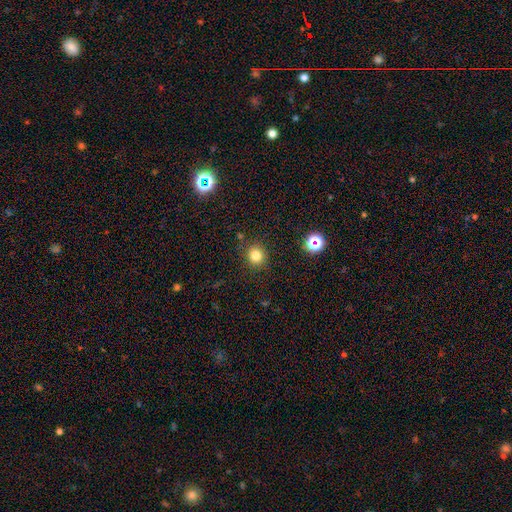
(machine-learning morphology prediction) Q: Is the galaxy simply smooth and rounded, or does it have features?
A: smooth — 79%.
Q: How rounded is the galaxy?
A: round — 88%.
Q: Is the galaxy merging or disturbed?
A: none — 88%.